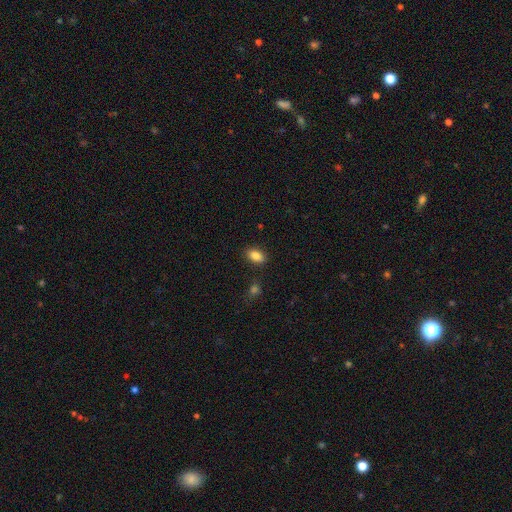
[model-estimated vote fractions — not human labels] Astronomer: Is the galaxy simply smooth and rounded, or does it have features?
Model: smooth — 86%.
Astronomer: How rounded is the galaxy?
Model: in between — 90%.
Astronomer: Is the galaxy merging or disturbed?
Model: none — 86%.